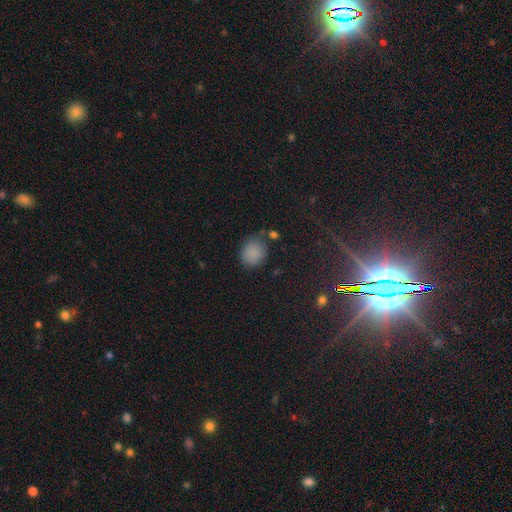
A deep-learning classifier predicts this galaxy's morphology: Smooth or featured: smooth — 60% (star or artifact — 31%)
How rounded: round — 72% (in between — 26%)
Merging: none — 75% (minor disturbance — 16%)